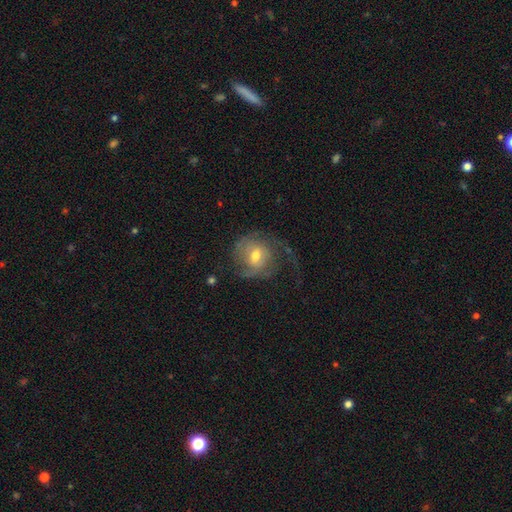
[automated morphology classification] Smooth or featured?
  - featured or disk: 68% *
  - smooth: 25%
  - star or artifact: 7%
Edge-on disk?
  - no: 97% *
  - yes: 3%
Bar?
  - no: 51% *
  - weak: 40%
  - strong: 9%
Spiral arms?
  - yes: 86% *
  - no: 14%
Spiral winding?
  - medium: 38% *
  - loose: 34%
  - tight: 28%
Spiral arm count?
  - 2: 48% *
  - 1: 20%
  - can't tell: 19%
  - 3: 8%
  - 4: 3%
  - more than 4: 3%
Bulge size?
  - moderate: 70% *
  - small: 22%
  - large: 6%
  - none: 1%
  - dominant: 1%
Merging?
  - none: 45% *
  - major disturbance: 33%
  - minor disturbance: 20%
  - merger: 2%